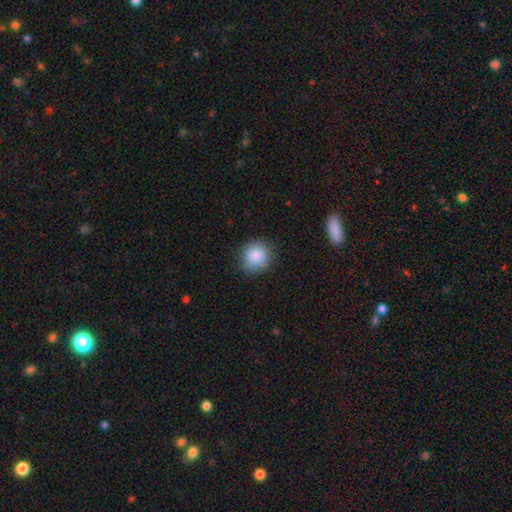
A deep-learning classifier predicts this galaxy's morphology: Smooth or featured?
  - smooth: 87% *
  - star or artifact: 8%
  - featured or disk: 5%
How rounded?
  - round: 85% *
  - in between: 14%
  - cigar-shaped: 1%
Merging?
  - none: 83% *
  - minor disturbance: 13%
  - major disturbance: 3%
  - merger: 1%